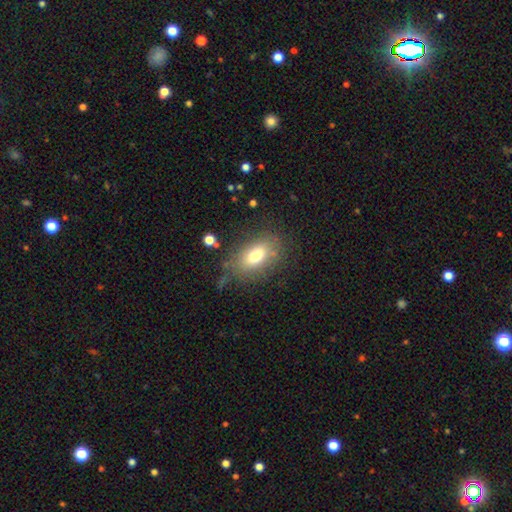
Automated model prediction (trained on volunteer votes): A smooth galaxy with no disk features (73%) that is in between round and cigar-shaped (85%).

Vote fractions:
- Smooth or featured? smooth: 73% / featured or disk: 17% / star or artifact: 10%
- How rounded? in between: 85% / round: 12% / cigar-shaped: 3%
- Merging? none: 71% / minor disturbance: 17% / major disturbance: 9% / merger: 4%